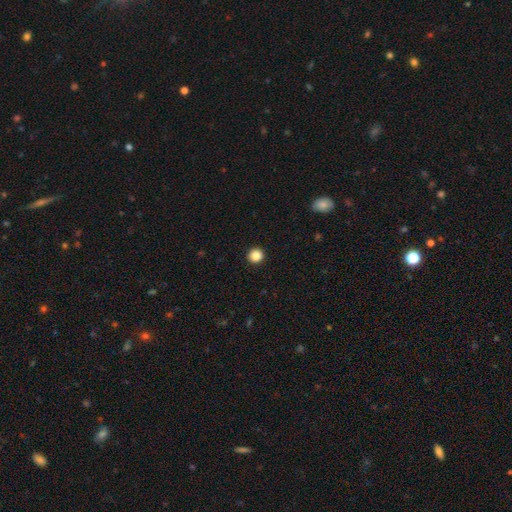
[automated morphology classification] Smooth or featured: smooth — 86% (star or artifact — 11%)
How rounded: round — 95% (in between — 4%)
Merging: none — 94% (minor disturbance — 4%)